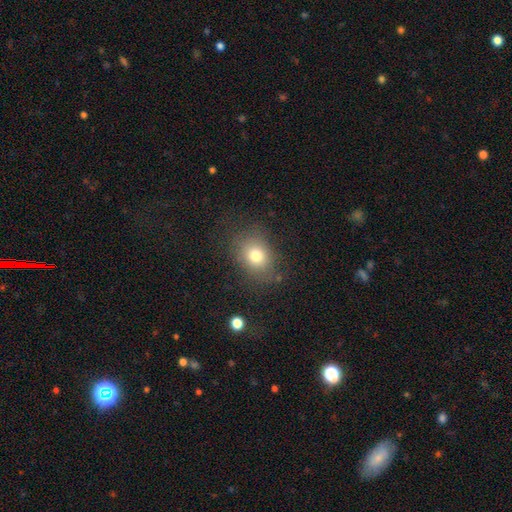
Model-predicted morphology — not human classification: This is likely a smooth galaxy (76%). How rounded: possibly in between (51%). Merging: likely none (75%).